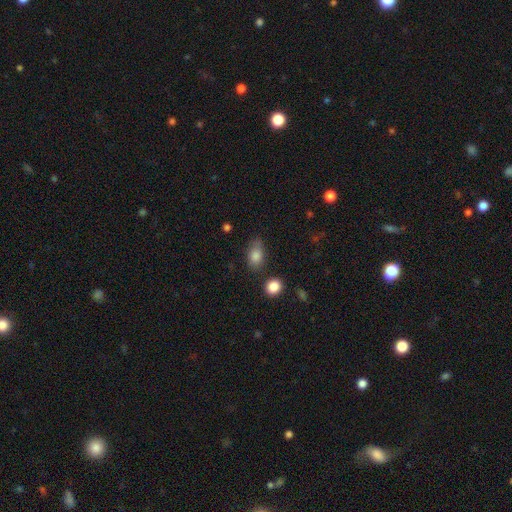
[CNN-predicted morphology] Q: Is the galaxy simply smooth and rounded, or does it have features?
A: smooth — 84%.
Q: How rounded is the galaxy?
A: in between — 83%.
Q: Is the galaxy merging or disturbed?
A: none — 65%.